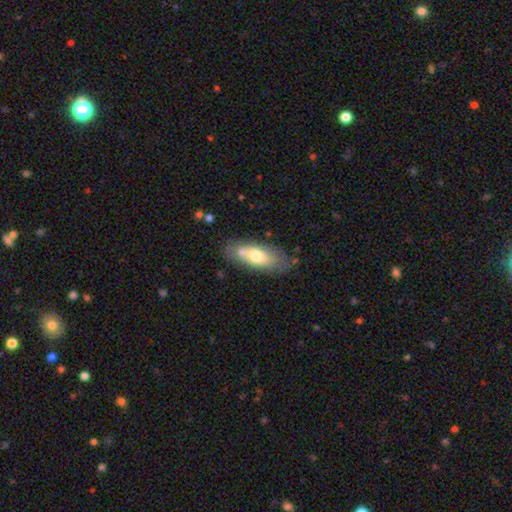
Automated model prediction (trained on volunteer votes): Q: Smooth or featured?
A: smooth (64%); runner-up: featured or disk (30%)
Q: How rounded?
A: in between (75%); runner-up: cigar-shaped (22%)
Q: Merging?
A: none (67%); runner-up: minor disturbance (18%)